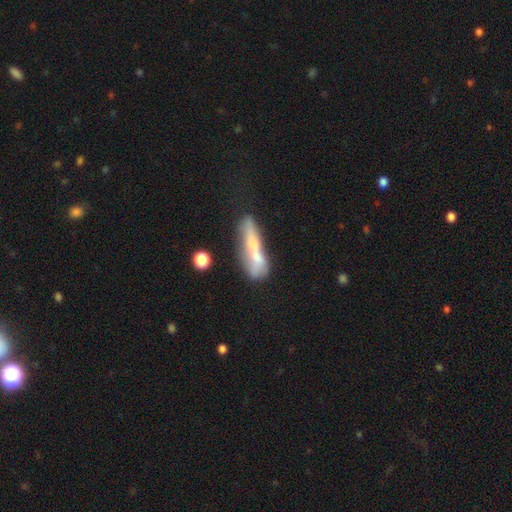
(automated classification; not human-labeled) A smooth galaxy with no disk features (54%) that is cigar-shaped (77%). Merging: none (40%).